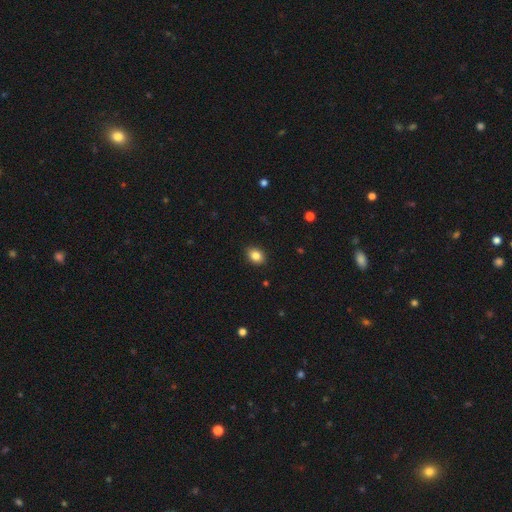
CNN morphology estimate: Smooth or featured?
  - smooth: 85% *
  - star or artifact: 9%
  - featured or disk: 6%
How rounded?
  - in between: 64% *
  - round: 35%
  - cigar-shaped: 1%
Merging?
  - none: 89% *
  - minor disturbance: 8%
  - major disturbance: 2%
  - merger: 1%